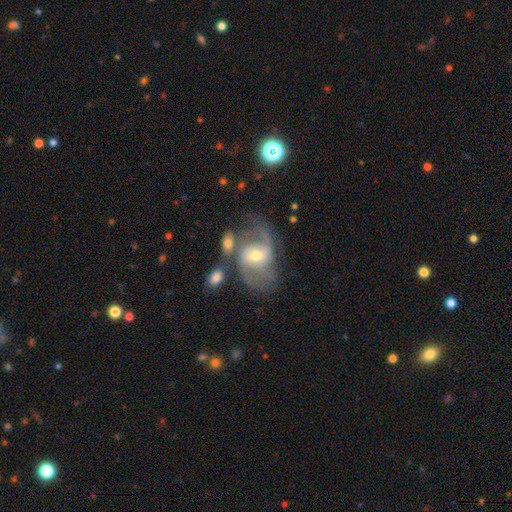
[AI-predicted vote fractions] smooth_or_featured: featured or disk (p=0.82) [alt: smooth p=0.11]
disk_edge_on: no (p=0.97) [alt: yes p=0.03]
bar: weak (p=0.46) [alt: no p=0.39]
has_spiral_arms: yes (p=0.93) [alt: no p=0.07]
spiral_winding: medium (p=0.49) [alt: loose p=0.32]
spiral_arm_count: 2 (p=0.77) [alt: can't tell p=0.10]
bulge_size: moderate (p=0.55) [alt: small p=0.39]
merging: none (p=0.45) [alt: merger p=0.20]